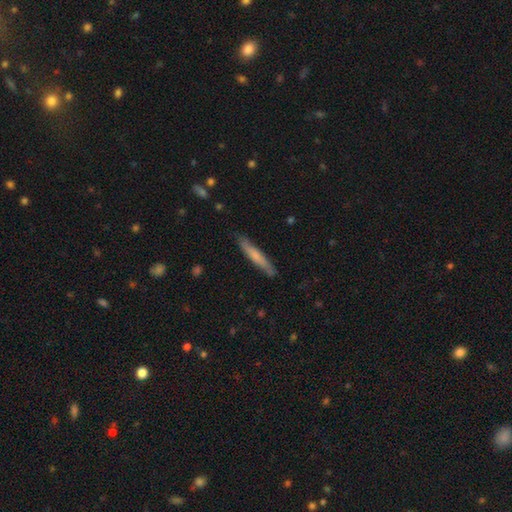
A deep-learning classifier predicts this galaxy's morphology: type=smooth (62%); roundness=cigar-shaped (94%); merging=none (86%).